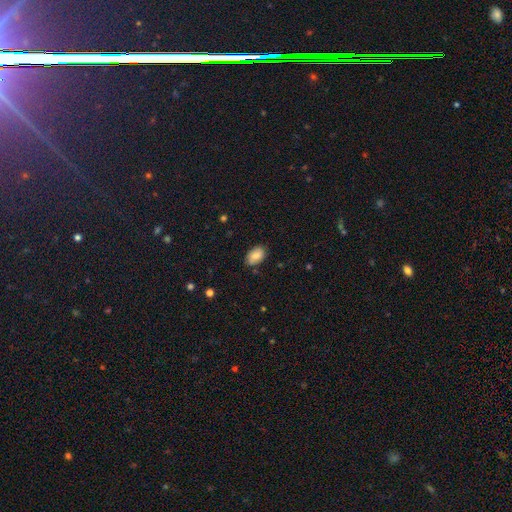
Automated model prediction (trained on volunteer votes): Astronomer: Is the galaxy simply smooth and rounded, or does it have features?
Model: smooth — 78%.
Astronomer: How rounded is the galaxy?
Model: in between — 90%.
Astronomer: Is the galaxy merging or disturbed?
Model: none — 78%.